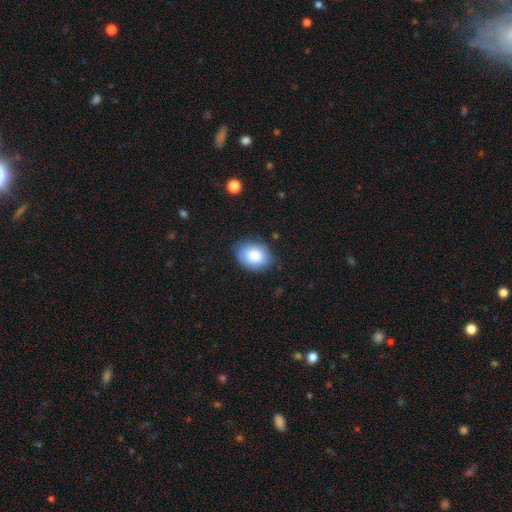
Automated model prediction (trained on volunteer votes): A smooth galaxy with no disk features (84%) that is in between round and cigar-shaped (71%). Merging: none (81%).